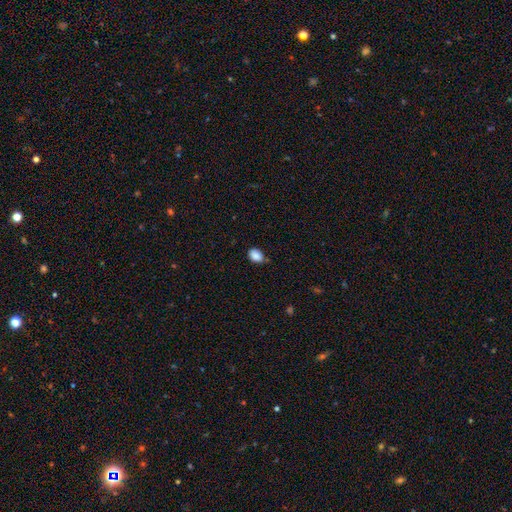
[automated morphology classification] Smooth or featured: smooth — 87% (star or artifact — 9%)
How rounded: in between — 76% (round — 23%)
Merging: none — 66% (minor disturbance — 28%)